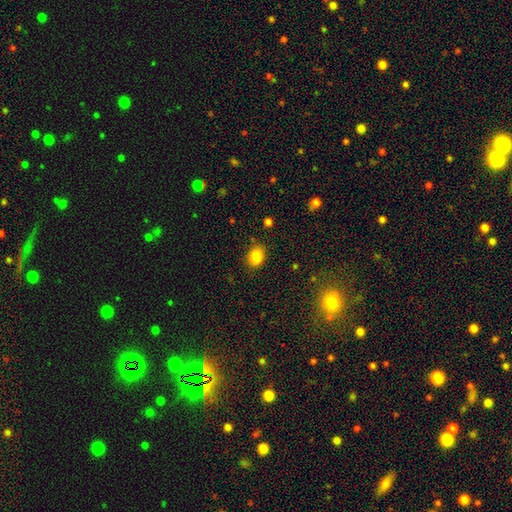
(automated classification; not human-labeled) This appears to be a smooth galaxy with no disk features (85%) that is in between round and cigar-shaped (58%). Merging: none (79%).